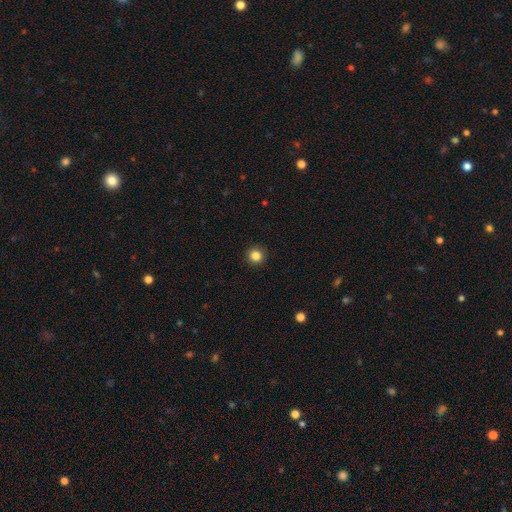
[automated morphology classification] smooth_or_featured: smooth (p=0.85) [alt: star or artifact p=0.11]
how_rounded: round (p=0.94) [alt: in between p=0.05]
merging: none (p=0.93) [alt: minor disturbance p=0.05]